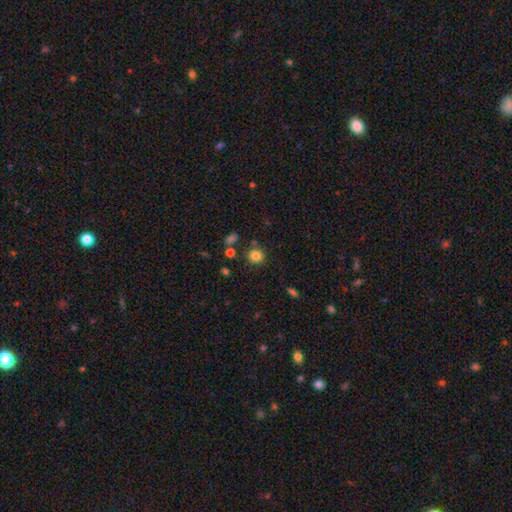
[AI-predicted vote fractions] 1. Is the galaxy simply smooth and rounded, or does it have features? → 82% smooth, 12% star or artifact, 6% featured or disk.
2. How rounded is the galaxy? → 86% round, 13% in between, 1% cigar-shaped.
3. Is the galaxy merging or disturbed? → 83% none, 9% minor disturbance, 5% merger, 3% major disturbance.